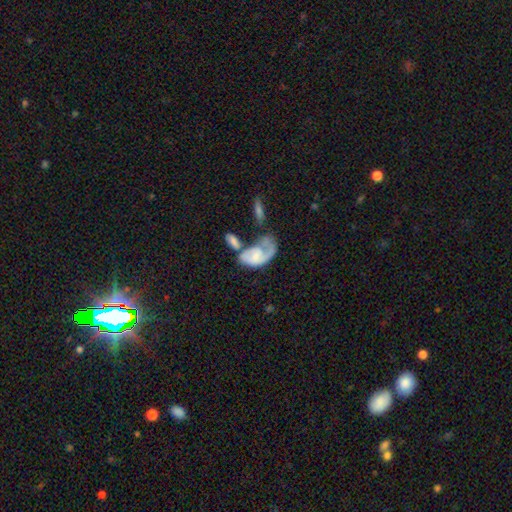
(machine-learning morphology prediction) Smooth or featured?
  - featured or disk: 56% *
  - smooth: 37%
  - star or artifact: 7%
Edge-on disk?
  - no: 95% *
  - yes: 5%
Bar?
  - no: 60% *
  - weak: 32%
  - strong: 8%
Spiral arms?
  - yes: 70% *
  - no: 30%
Bulge size?
  - small: 35% *
  - none: 29%
  - moderate: 27%
  - large: 7%
  - dominant: 2%
Merging?
  - major disturbance: 36% *
  - merger: 31%
  - none: 17%
  - minor disturbance: 15%